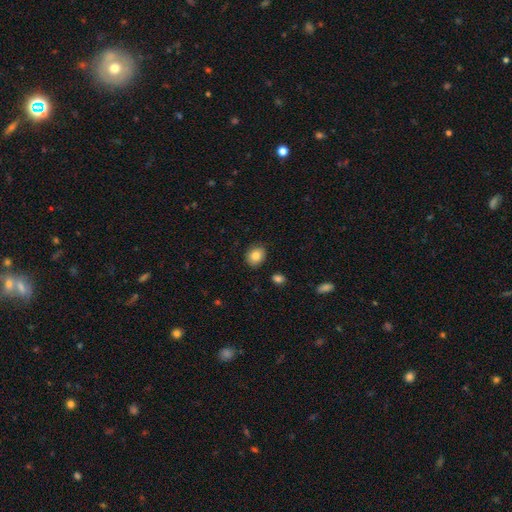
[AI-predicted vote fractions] A smooth galaxy with no disk features (83%) that is round (59%). Merging: none (87%).